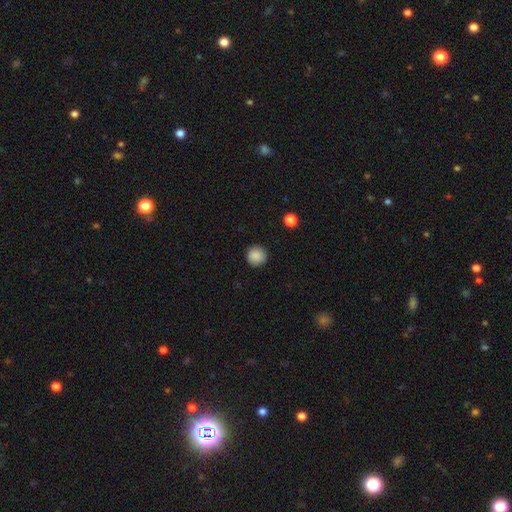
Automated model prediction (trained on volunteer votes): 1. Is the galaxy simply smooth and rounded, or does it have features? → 88% smooth, 9% star or artifact, 3% featured or disk.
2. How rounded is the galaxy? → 94% round, 5% in between, 1% cigar-shaped.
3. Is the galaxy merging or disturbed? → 90% none, 7% minor disturbance, 2% major disturbance, 1% merger.